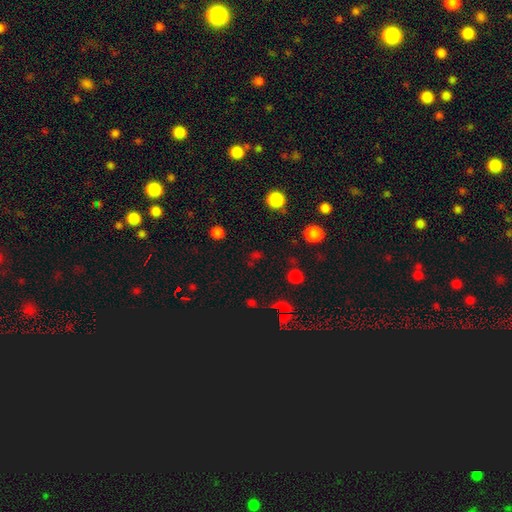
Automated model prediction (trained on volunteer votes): Q: Smooth or featured?
A: smooth (49%); runner-up: star or artifact (43%)
Q: Merging?
A: none (79%); runner-up: minor disturbance (10%)